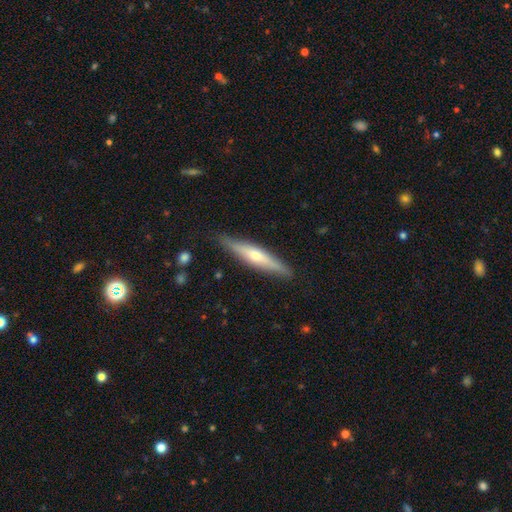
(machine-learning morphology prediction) A featured or disk galaxy (57%) viewed edge-on (94%) with a rounded central bulge (80%).

Vote fractions:
- Smooth or featured? featured or disk: 57% / smooth: 37% / star or artifact: 6%
- Edge-on disk? yes: 94% / no: 6%
- Edge-on bulge? rounded: 80% / none: 15% / boxy: 6%
- Merging? none: 87% / minor disturbance: 10% / major disturbance: 2% / merger: 1%